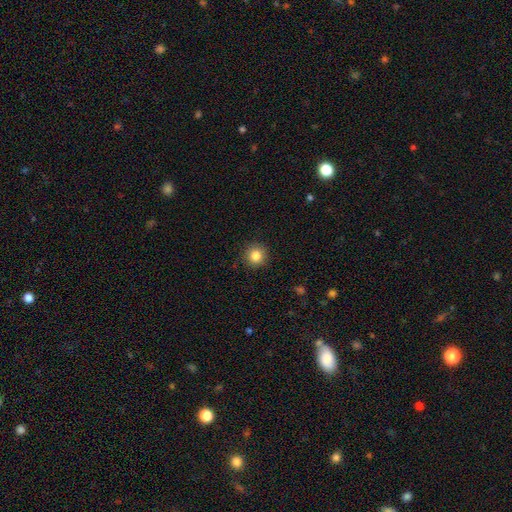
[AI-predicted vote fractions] Morphology: type=smooth (83%); roundness=round (94%); merging=none (92%).